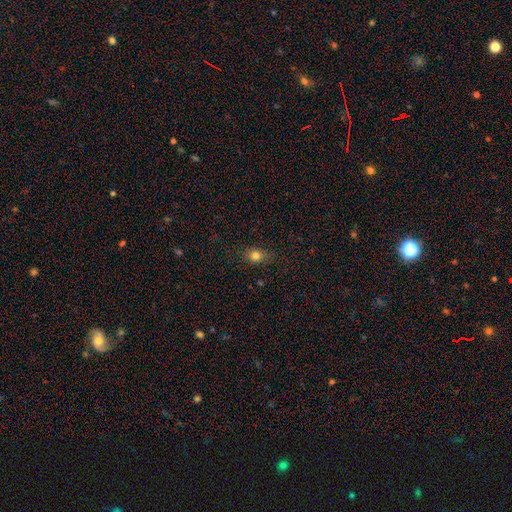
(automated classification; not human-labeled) smooth_or_featured: smooth (p=0.77) [alt: star or artifact p=0.13]
how_rounded: in between (p=0.53) [alt: round p=0.43]
merging: none (p=0.81) [alt: minor disturbance p=0.14]